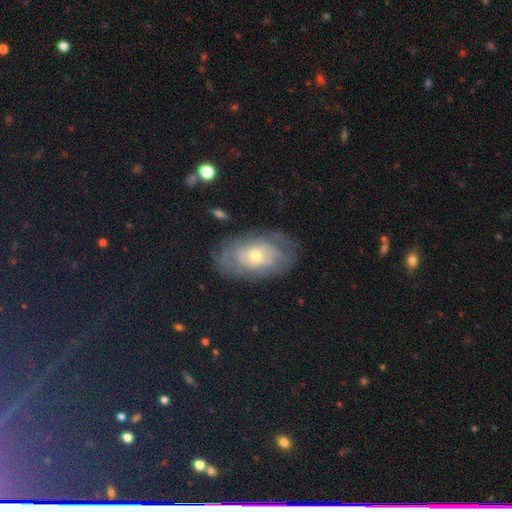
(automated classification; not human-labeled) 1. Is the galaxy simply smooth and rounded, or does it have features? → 66% featured or disk, 27% smooth, 7% star or artifact.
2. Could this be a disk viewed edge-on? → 93% no, 7% yes.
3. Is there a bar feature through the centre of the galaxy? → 83% no, 13% weak, 4% strong.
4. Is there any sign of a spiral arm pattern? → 60% yes, 40% no.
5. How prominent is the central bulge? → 50% small, 45% moderate, 3% large, 1% dominant, 1% none.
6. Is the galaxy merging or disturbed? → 74% none, 17% minor disturbance, 8% major disturbance, 2% merger.